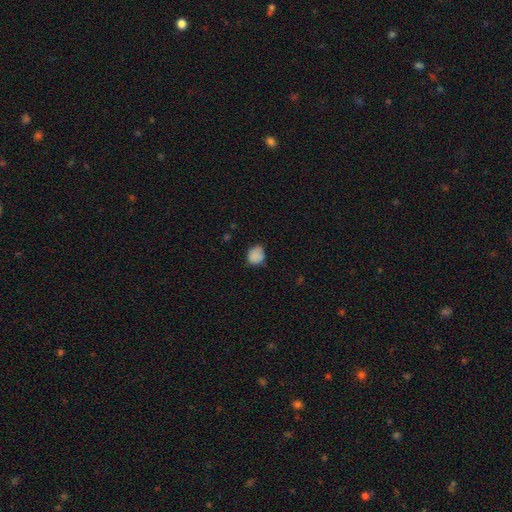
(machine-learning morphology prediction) This is clearly a smooth galaxy (86%). How rounded: likely round (66%). Merging: likely none (68%).